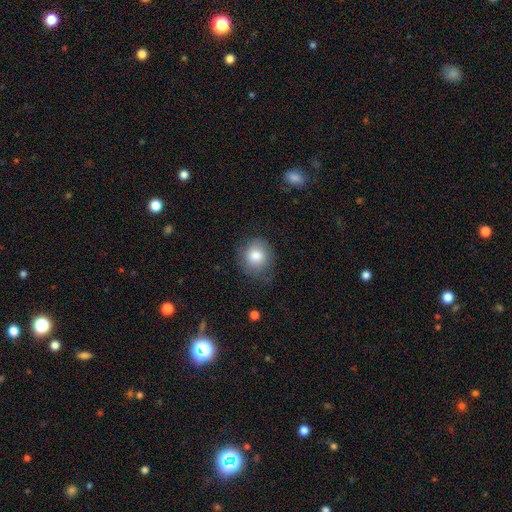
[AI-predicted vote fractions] Smooth or featured?
  - smooth: 81% *
  - featured or disk: 10%
  - star or artifact: 9%
How rounded?
  - round: 81% *
  - in between: 18%
  - cigar-shaped: 1%
Merging?
  - none: 71% *
  - minor disturbance: 21%
  - major disturbance: 7%
  - merger: 1%